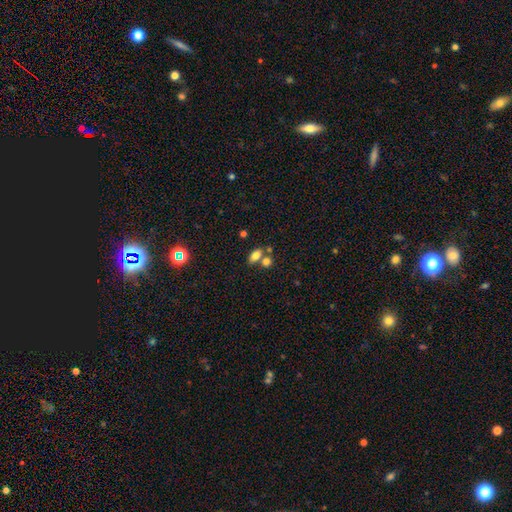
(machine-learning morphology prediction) Smooth or featured? Predicted: smooth (p=0.77). How rounded? Predicted: in between (p=0.85). Merging? Predicted: none (p=0.52).